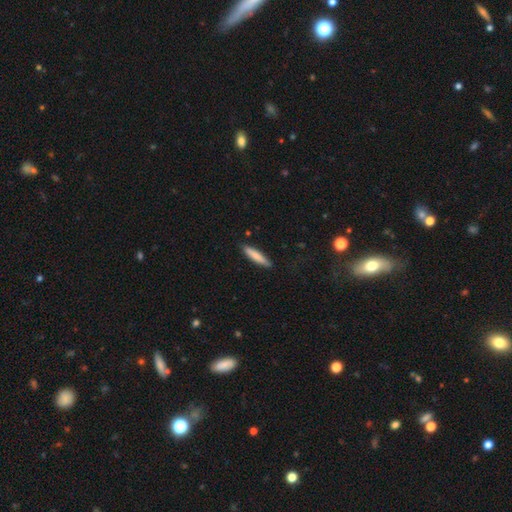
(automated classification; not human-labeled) Smooth or featured?
  - smooth: 79% *
  - featured or disk: 16%
  - star or artifact: 5%
How rounded?
  - cigar-shaped: 86% *
  - in between: 13%
  - round: 1%
Merging?
  - none: 86% *
  - minor disturbance: 11%
  - major disturbance: 2%
  - merger: 1%